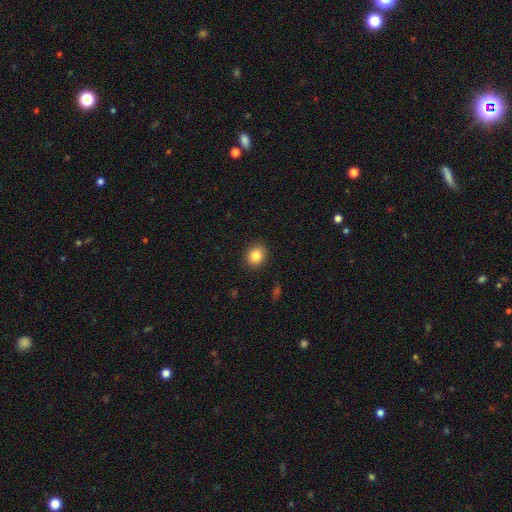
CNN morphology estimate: This is clearly a smooth galaxy (84%). How rounded: likely round (74%). Merging: clearly none (91%).